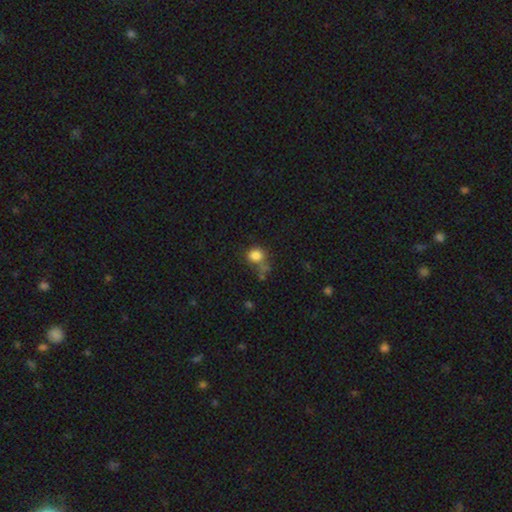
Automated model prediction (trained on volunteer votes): Morphology: type=smooth (82%); roundness=round (77%); merging=none (56%).